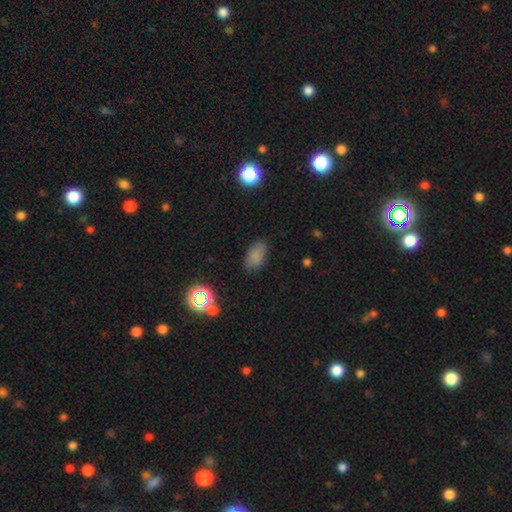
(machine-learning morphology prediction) This appears to be a smooth galaxy with no disk features (81%) that is in between round and cigar-shaped (92%). Merging: none (82%).